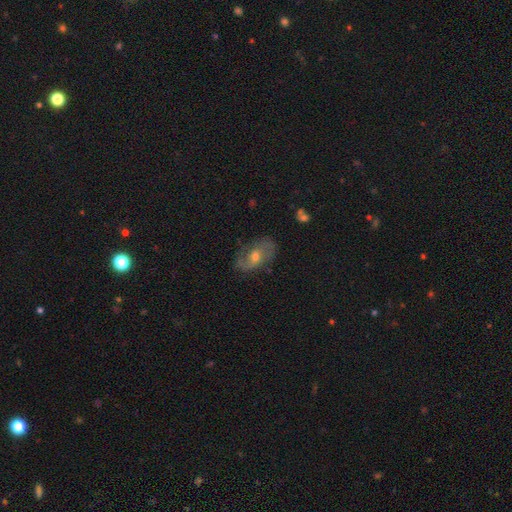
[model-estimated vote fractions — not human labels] Smooth or featured: featured or disk — 67% (smooth — 24%)
Edge-on disk: no — 94% (yes — 6%)
Bar: no — 57% (weak — 35%)
Spiral arms: yes — 81% (no — 19%)
Spiral winding: medium — 41% (loose — 38%)
Spiral arm count: 2 — 71% (can't tell — 15%)
Bulge size: moderate — 64% (small — 30%)
Merging: none — 68% (minor disturbance — 21%)